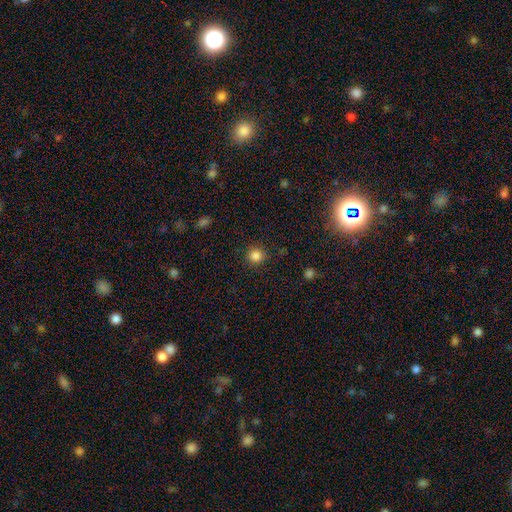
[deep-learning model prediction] Q: Smooth or featured?
A: smooth (84%); runner-up: star or artifact (12%)
Q: How rounded?
A: round (94%); runner-up: in between (5%)
Q: Merging?
A: none (90%); runner-up: minor disturbance (6%)